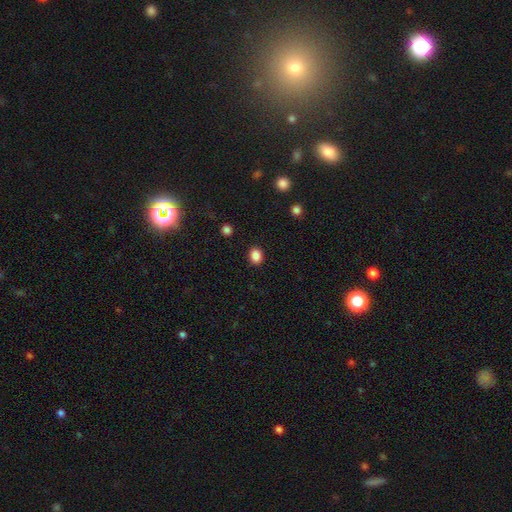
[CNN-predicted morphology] This is clearly a smooth galaxy (87%). How rounded: possibly in between (52%). Merging: clearly none (89%).